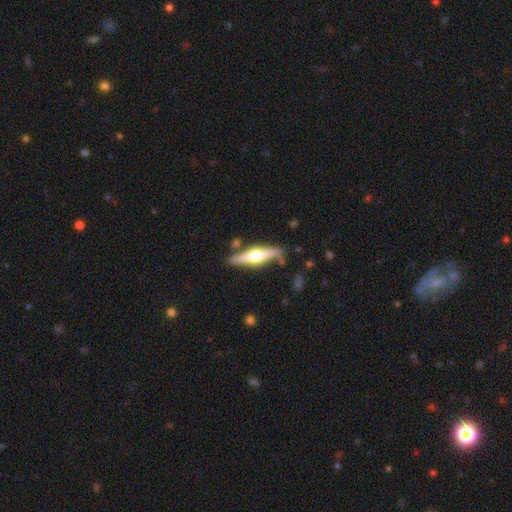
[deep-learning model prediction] Overall: featured or disk (72%). Edge-on disk: yes (96%). Edge-on bulge: rounded (95%). Merging: none (81%).